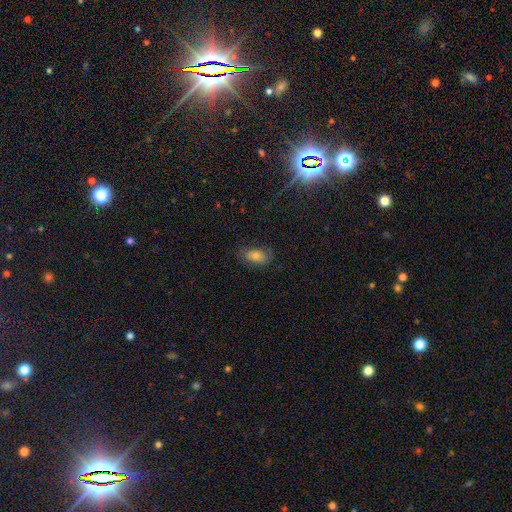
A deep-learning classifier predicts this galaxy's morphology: A smooth galaxy with no disk features (62%) that is in between round and cigar-shaped (88%).

Vote fractions:
- Smooth or featured? smooth: 62% / featured or disk: 26% / star or artifact: 12%
- How rounded? in between: 88% / round: 10% / cigar-shaped: 3%
- Merging? none: 68% / minor disturbance: 21% / major disturbance: 10% / merger: 1%